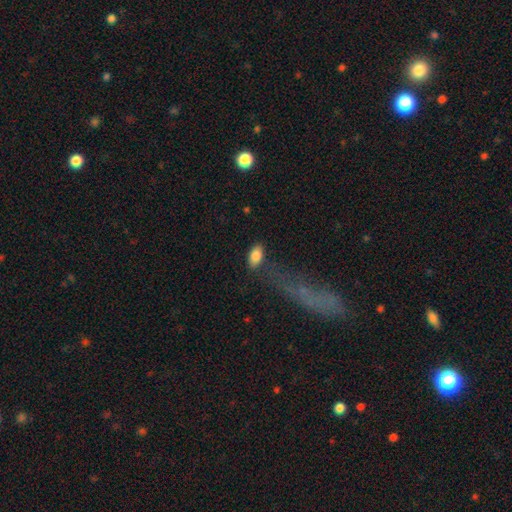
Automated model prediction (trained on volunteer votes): Smooth or featured? smooth (86%)
How rounded? in between (92%)
Merging? none (74%)